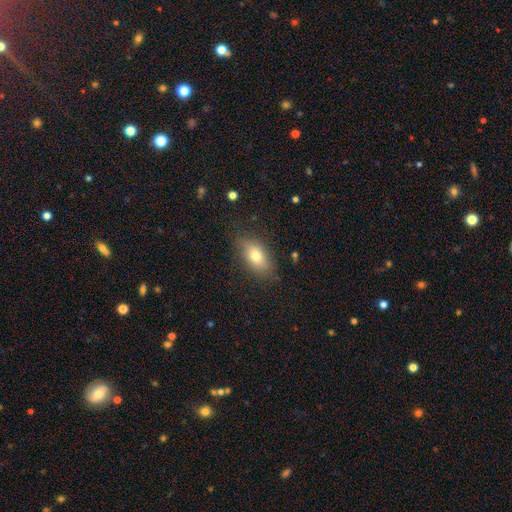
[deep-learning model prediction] Q: Smooth or featured?
A: smooth (73%); runner-up: featured or disk (18%)
Q: How rounded?
A: in between (84%); runner-up: round (8%)
Q: Merging?
A: none (80%); runner-up: minor disturbance (15%)